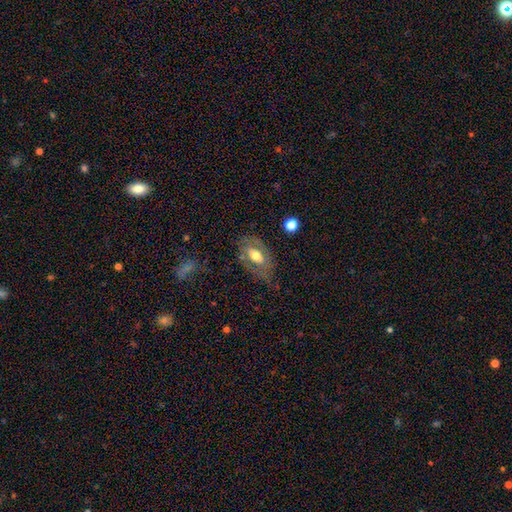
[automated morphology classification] Q: Smooth or featured?
A: featured or disk (47%); runner-up: smooth (46%)
Q: Merging?
A: none (67%); runner-up: minor disturbance (20%)